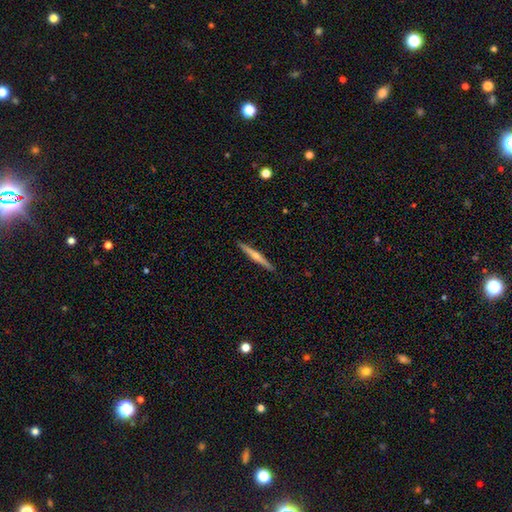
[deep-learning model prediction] smooth-or-featured: featured or disk: 57% | smooth: 37% | star or artifact: 6%
  disk-edge-on: yes: 98% | no: 2%
    edge-on-bulge: rounded: 75% | none: 20% | boxy: 5%
  merging: none: 91% | minor disturbance: 6% | major disturbance: 1% | merger: 1%